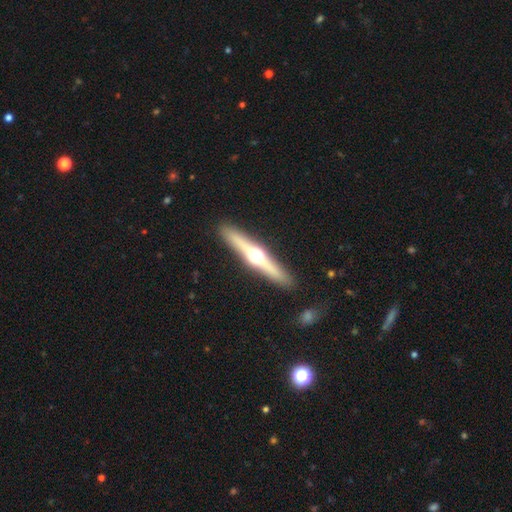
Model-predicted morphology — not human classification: A featured or disk galaxy (71%) viewed edge-on (97%) with a rounded central bulge (96%).

Vote fractions:
- Smooth or featured? featured or disk: 71% / smooth: 23% / star or artifact: 6%
- Edge-on disk? yes: 97% / no: 3%
- Edge-on bulge? rounded: 96% / boxy: 2% / none: 2%
- Merging? none: 91% / minor disturbance: 6% / major disturbance: 2% / merger: 1%